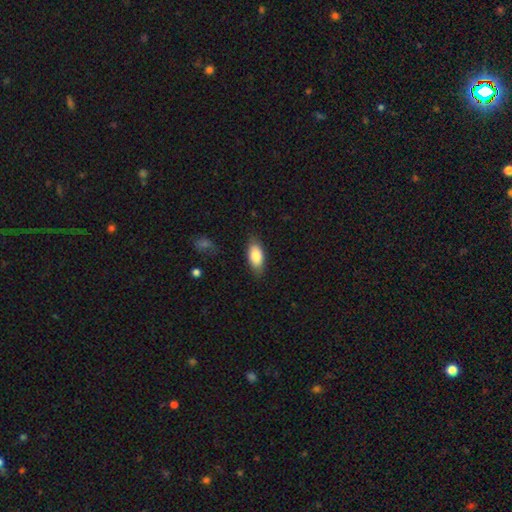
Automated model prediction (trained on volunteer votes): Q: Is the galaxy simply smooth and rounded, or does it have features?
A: smooth — 83%.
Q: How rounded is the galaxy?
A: in between — 88%.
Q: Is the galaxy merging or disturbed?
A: none — 82%.